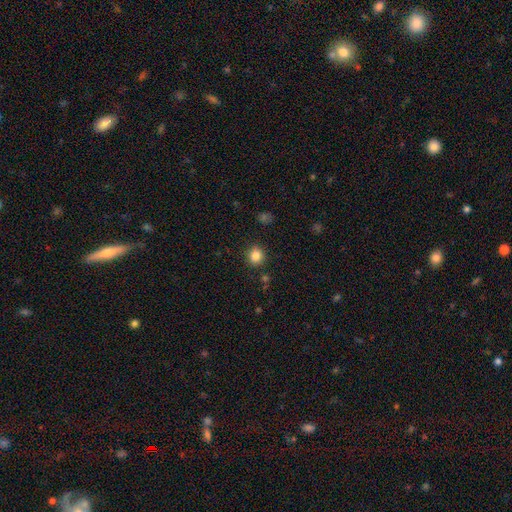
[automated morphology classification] Smooth or featured? smooth (84%)
How rounded? round (87%)
Merging? none (90%)